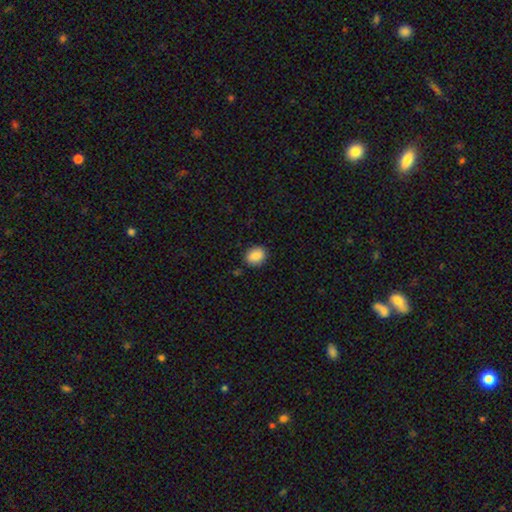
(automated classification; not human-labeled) The model was most divided on "how rounded": round: 58%, in between: 41%, cigar-shaped: 1%. More confident: merging — none (89%); smooth or featured — smooth (87%).